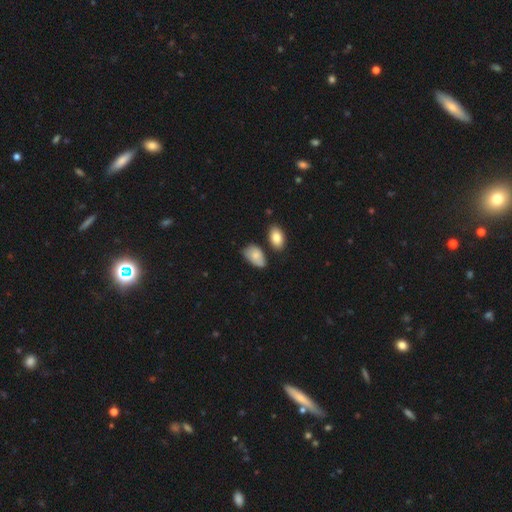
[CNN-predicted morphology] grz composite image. It shows a smooth galaxy with no disk features (78%) that is in between round and cigar-shaped (92%). Merging: none (56%).